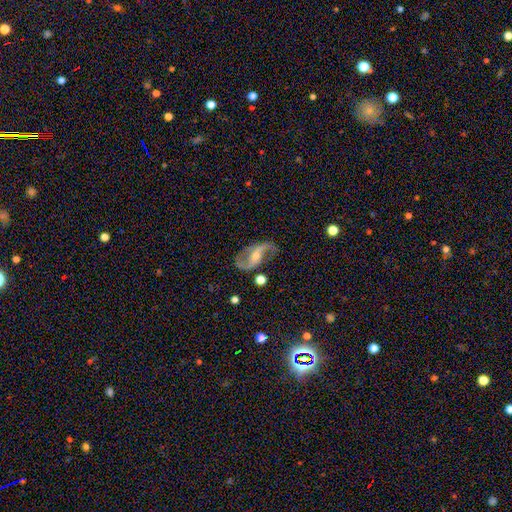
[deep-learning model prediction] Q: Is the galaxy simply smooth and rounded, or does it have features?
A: featured or disk — 89%.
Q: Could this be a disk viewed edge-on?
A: no — 96%.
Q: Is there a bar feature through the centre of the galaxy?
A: weak — 37%.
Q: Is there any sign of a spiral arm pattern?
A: yes — 96%.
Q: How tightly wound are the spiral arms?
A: loose — 66%.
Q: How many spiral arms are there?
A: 2 — 93%.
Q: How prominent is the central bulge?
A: small — 52%.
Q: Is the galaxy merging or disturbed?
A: none — 76%.